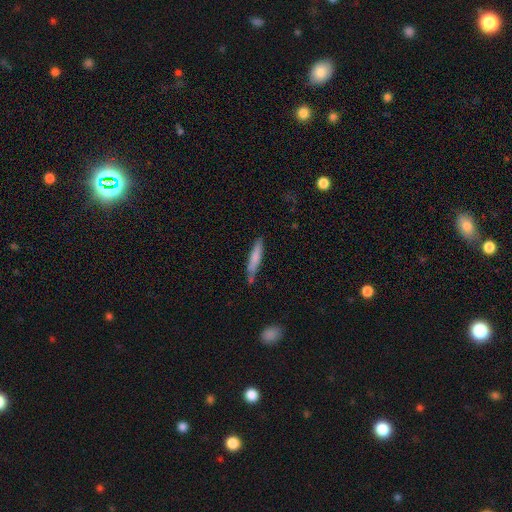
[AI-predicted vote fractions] Smooth or featured? smooth (66%)
How rounded? cigar-shaped (91%)
Merging? none (77%)